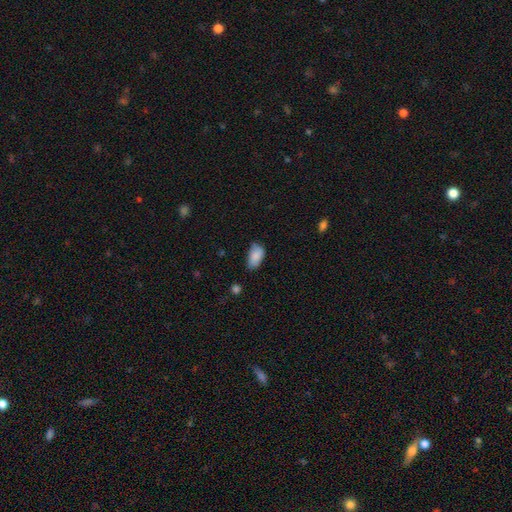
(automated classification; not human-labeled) This appears to be a smooth galaxy with no disk features (87%) that is in between round and cigar-shaped (93%). Merging: none (61%).